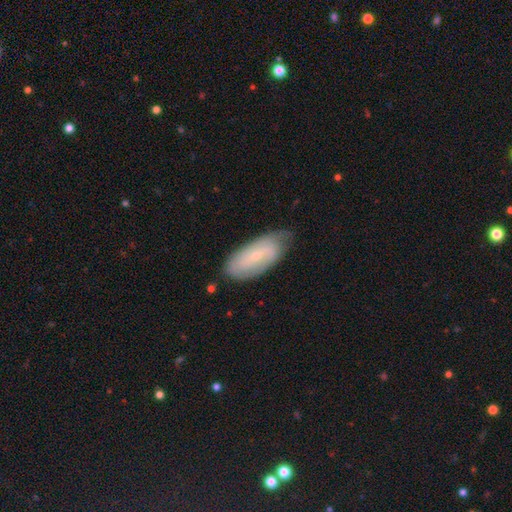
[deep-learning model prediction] The model was most divided on "smooth or featured": featured or disk: 56%, smooth: 37%, star or artifact: 7%. More confident: edge-on disk — no (89%); merging — none (67%).